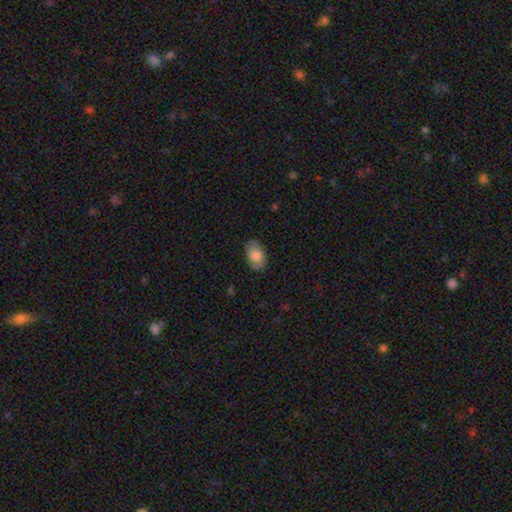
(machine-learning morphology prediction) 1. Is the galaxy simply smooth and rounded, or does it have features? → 78% smooth, 16% featured or disk, 7% star or artifact.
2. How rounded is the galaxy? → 90% in between, 8% round, 1% cigar-shaped.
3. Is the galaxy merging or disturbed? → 82% none, 14% minor disturbance, 3% major disturbance, 1% merger.